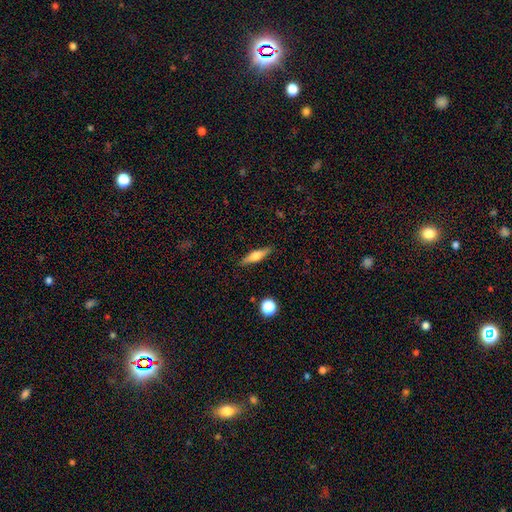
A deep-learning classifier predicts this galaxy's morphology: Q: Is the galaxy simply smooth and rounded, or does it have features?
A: smooth — 49%.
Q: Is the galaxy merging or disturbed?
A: none — 88%.